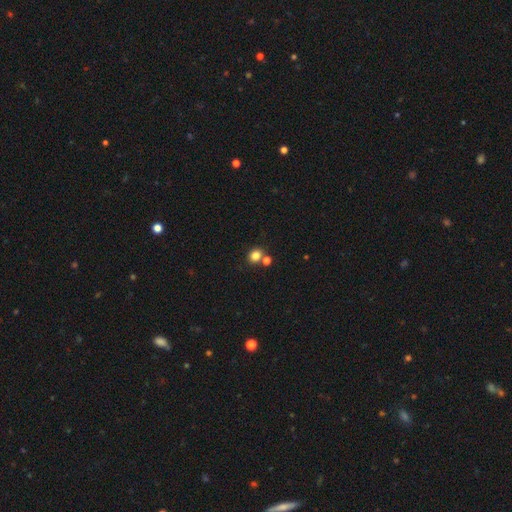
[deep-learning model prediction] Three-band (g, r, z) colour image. It shows a smooth galaxy with no disk features (81%) that is round (73%). Merging: none (67%).